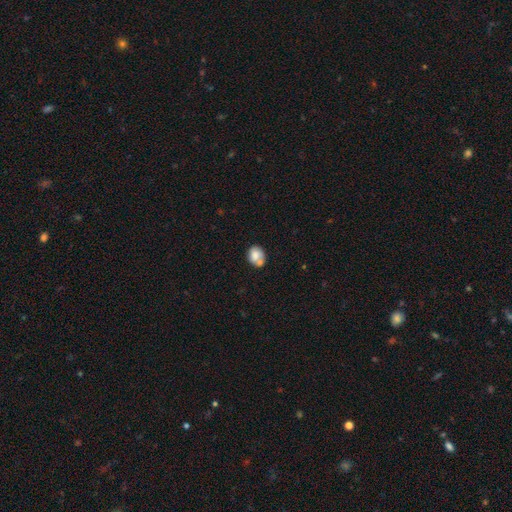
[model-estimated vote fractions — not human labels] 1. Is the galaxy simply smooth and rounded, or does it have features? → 73% smooth, 18% featured or disk, 8% star or artifact.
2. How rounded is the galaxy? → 56% round, 43% in between, 1% cigar-shaped.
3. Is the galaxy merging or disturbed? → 45% none, 30% merger, 18% minor disturbance, 6% major disturbance.